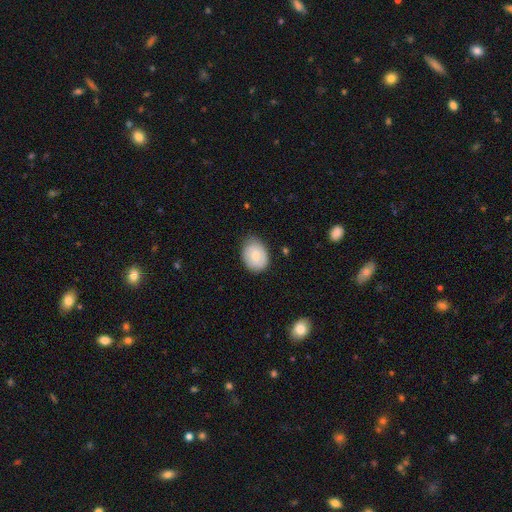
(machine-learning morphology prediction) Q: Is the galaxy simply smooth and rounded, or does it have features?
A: smooth — 68%.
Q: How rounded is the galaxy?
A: in between — 60%.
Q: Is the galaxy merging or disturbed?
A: none — 72%.